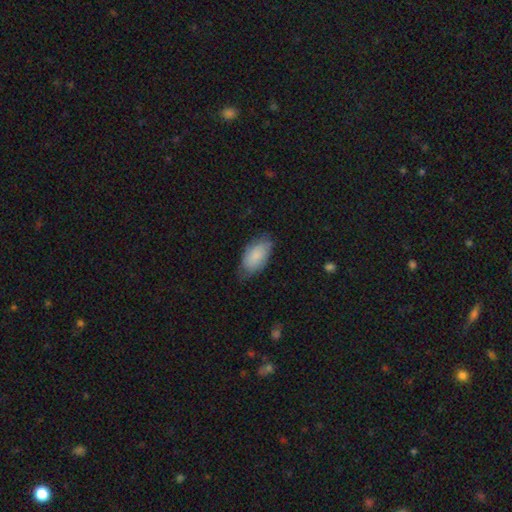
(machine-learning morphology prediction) This is clearly a smooth galaxy (82%). How rounded: clearly in between (94%). Merging: likely none (63%).